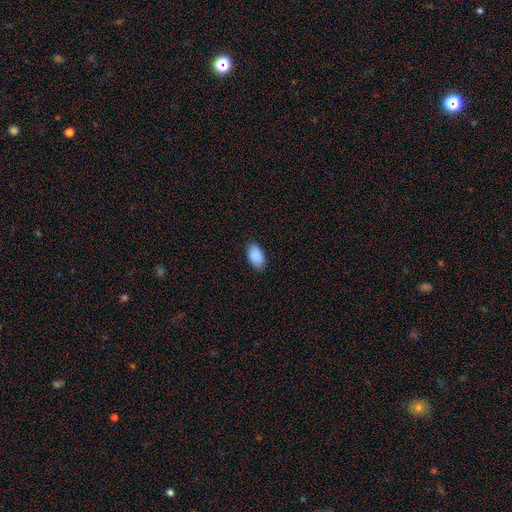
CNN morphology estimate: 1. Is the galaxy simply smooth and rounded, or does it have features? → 90% smooth, 7% star or artifact, 3% featured or disk.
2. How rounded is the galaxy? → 94% in between, 4% round, 1% cigar-shaped.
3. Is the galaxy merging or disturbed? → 83% none, 14% minor disturbance, 2% major disturbance, 1% merger.